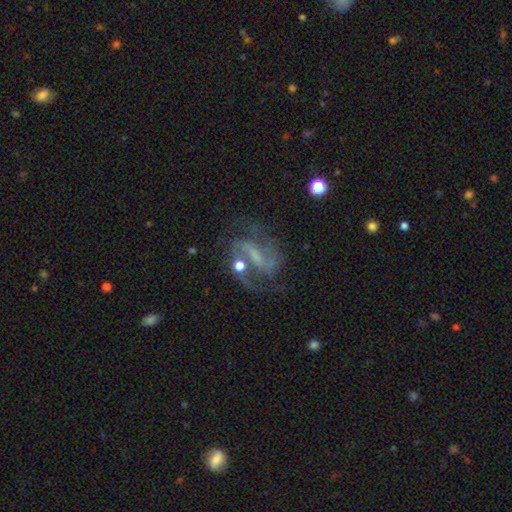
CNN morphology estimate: This appears to be a featured or disk galaxy (82%) with a strong bar (43%), 2 (87%) medium (53%) spiral arms (93%) and a small central bulge (41%). Merging: none (60%).